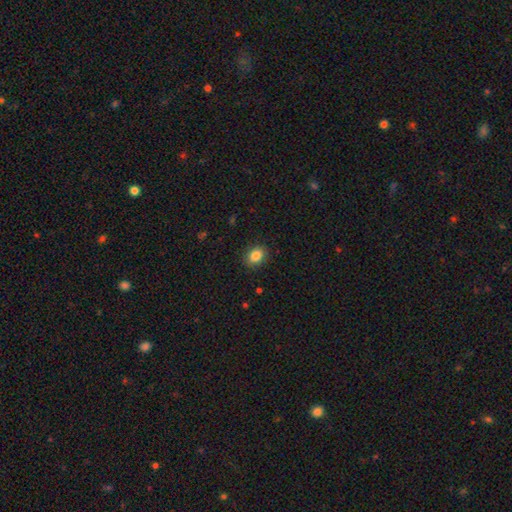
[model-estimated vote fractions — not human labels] Morphology: type=smooth (86%); roundness=in between (56%); merging=none (88%).